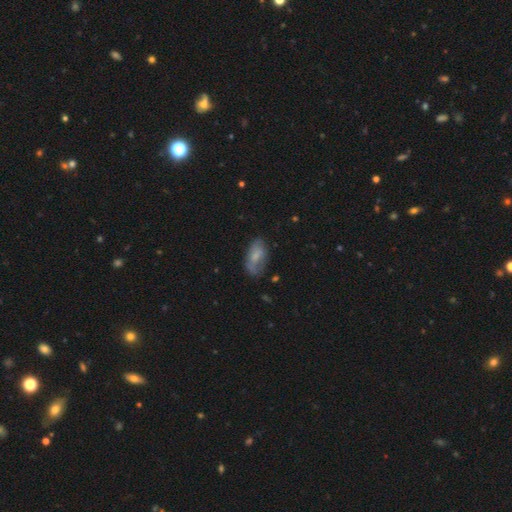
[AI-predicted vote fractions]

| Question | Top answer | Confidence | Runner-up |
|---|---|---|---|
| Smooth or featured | smooth | 64% | featured or disk (29%) |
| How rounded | in between | 90% | cigar-shaped (6%) |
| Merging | none | 61% | minor disturbance (27%) |